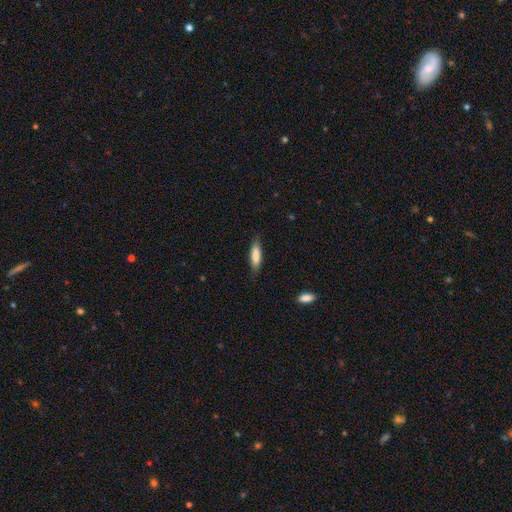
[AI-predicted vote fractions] This is likely a smooth galaxy (77%). How rounded: likely cigar-shaped (67%). Merging: clearly none (80%).